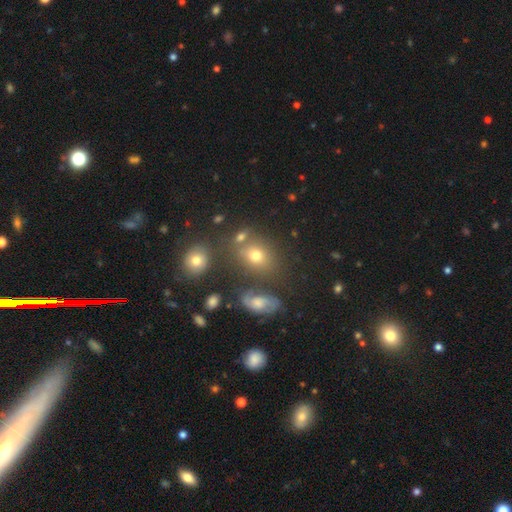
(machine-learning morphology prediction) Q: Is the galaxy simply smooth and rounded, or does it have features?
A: smooth — 66%.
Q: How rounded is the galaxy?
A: in between — 55%.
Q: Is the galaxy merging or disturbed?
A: none — 63%.